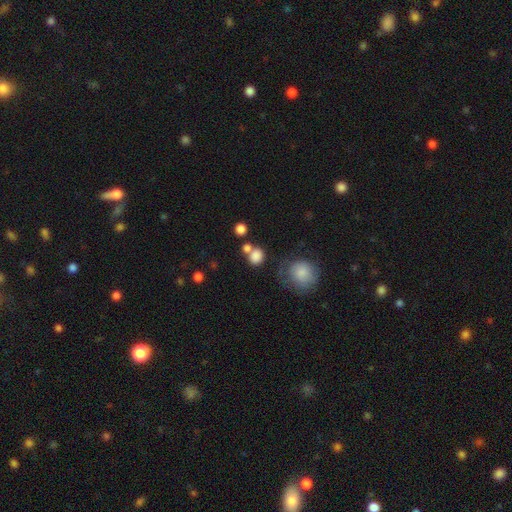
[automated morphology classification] Smooth or featured? smooth (81%)
How rounded? round (72%)
Merging? none (51%)